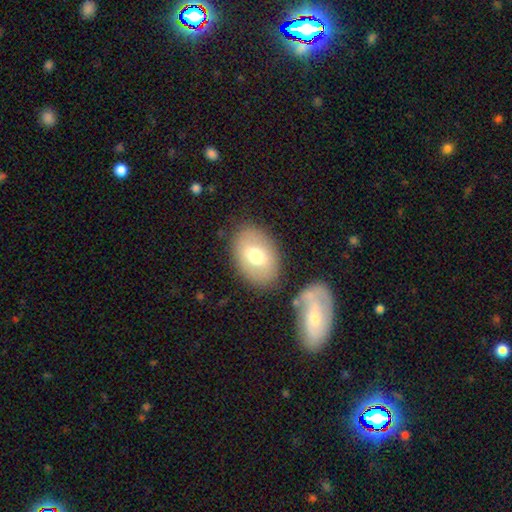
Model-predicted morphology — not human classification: Smooth or featured? Predicted: smooth (p=0.64). How rounded? Predicted: in between (p=0.82). Merging? Predicted: none (p=0.79).